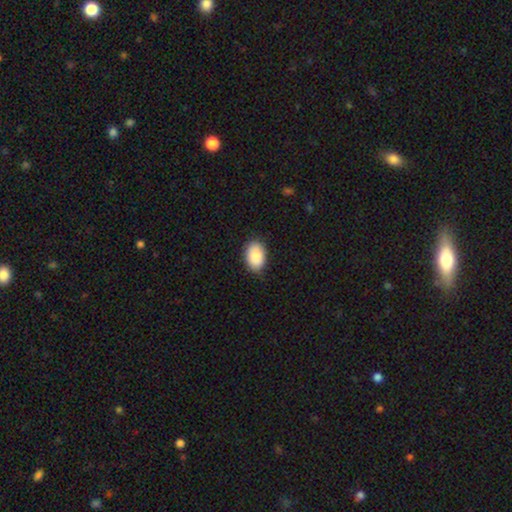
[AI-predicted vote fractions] The model was most divided on "merging": none: 84%, minor disturbance: 13%, major disturbance: 2%, merger: 1%. More confident: how rounded — in between (89%); smooth or featured — smooth (87%).